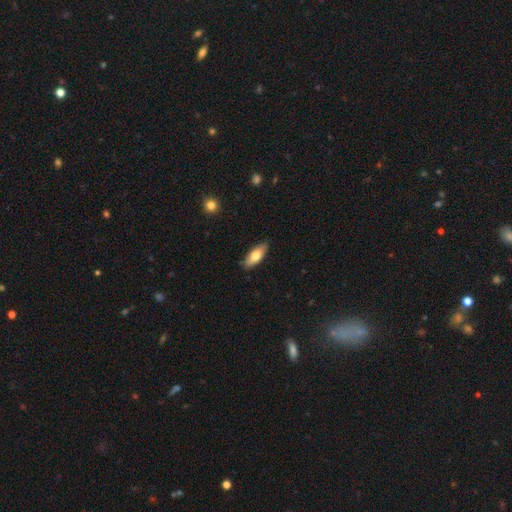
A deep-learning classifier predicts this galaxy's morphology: type=smooth (71%); roundness=in between (74%); merging=none (86%).